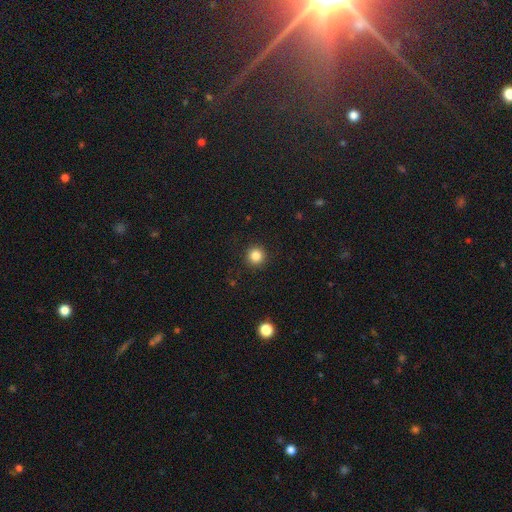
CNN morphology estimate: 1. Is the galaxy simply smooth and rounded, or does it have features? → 85% smooth, 11% star or artifact, 4% featured or disk.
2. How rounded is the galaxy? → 95% round, 4% in between, 1% cigar-shaped.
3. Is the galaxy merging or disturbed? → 91% none, 5% minor disturbance, 2% major disturbance, 1% merger.